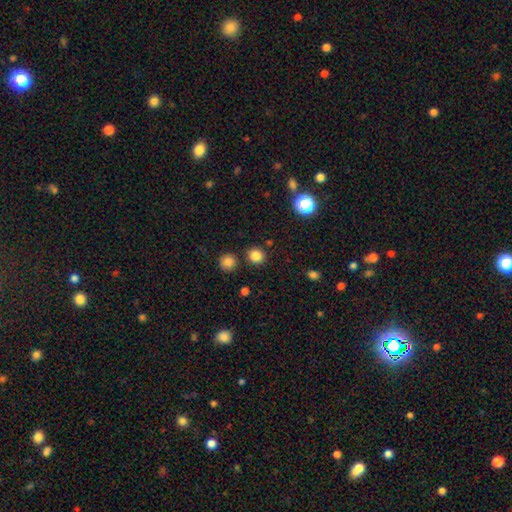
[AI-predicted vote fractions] This appears to be a smooth galaxy with no disk features (83%) that is round (88%). Merging: none (87%).